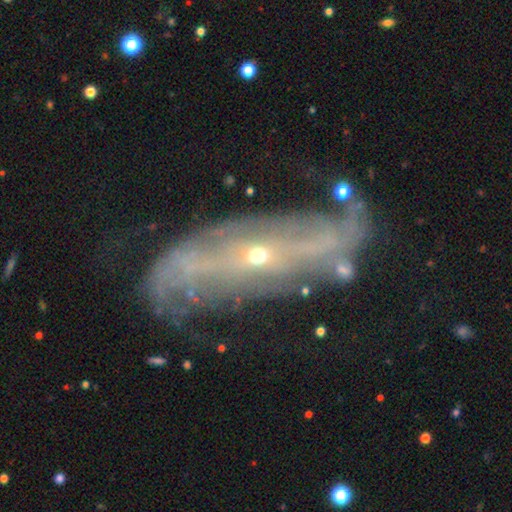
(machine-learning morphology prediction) Smooth or featured?
  - featured or disk: 82% *
  - smooth: 9%
  - star or artifact: 9%
Edge-on disk?
  - no: 75% *
  - yes: 25%
Bar?
  - no: 54% *
  - weak: 25%
  - strong: 21%
Spiral arms?
  - yes: 88% *
  - no: 12%
Spiral winding?
  - tight: 40% *
  - medium: 32%
  - loose: 28%
Spiral arm count?
  - 2: 45% *
  - can't tell: 31%
  - 3: 8%
  - 4: 6%
  - 1: 5%
  - more than 4: 5%
Bulge size?
  - small: 77% *
  - moderate: 20%
  - none: 1%
  - large: 1%
  - dominant: 1%
Merging?
  - none: 71% *
  - minor disturbance: 18%
  - major disturbance: 9%
  - merger: 2%